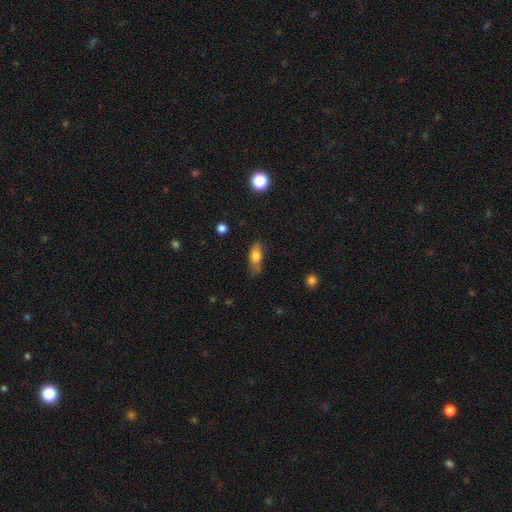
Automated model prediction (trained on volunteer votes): Smooth or featured?
  - smooth: 71% *
  - featured or disk: 21%
  - star or artifact: 7%
How rounded?
  - in between: 74% *
  - cigar-shaped: 21%
  - round: 5%
Merging?
  - none: 66% *
  - minor disturbance: 25%
  - major disturbance: 7%
  - merger: 2%